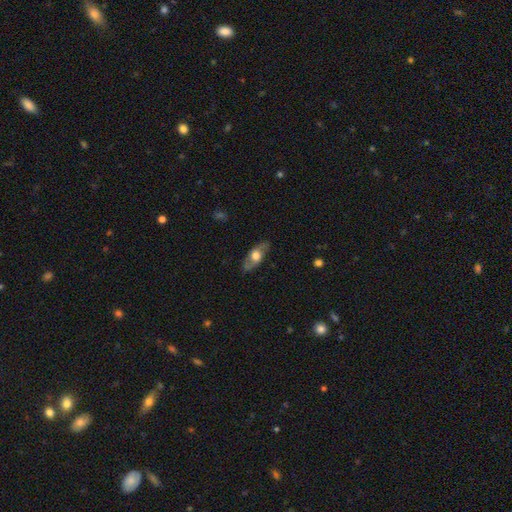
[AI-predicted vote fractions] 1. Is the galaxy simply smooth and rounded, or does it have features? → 54% featured or disk, 40% smooth, 6% star or artifact.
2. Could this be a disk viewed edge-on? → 57% no, 43% yes.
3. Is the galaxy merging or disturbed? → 80% none, 15% minor disturbance, 4% major disturbance, 1% merger.